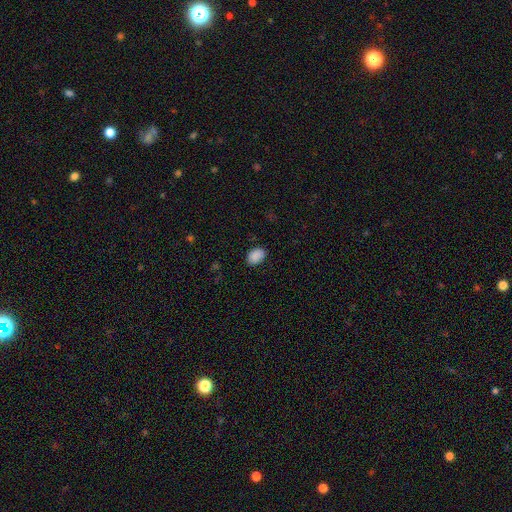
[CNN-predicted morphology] Smooth or featured: smooth — 89% (star or artifact — 9%)
How rounded: in between — 79% (round — 20%)
Merging: none — 85% (minor disturbance — 11%)